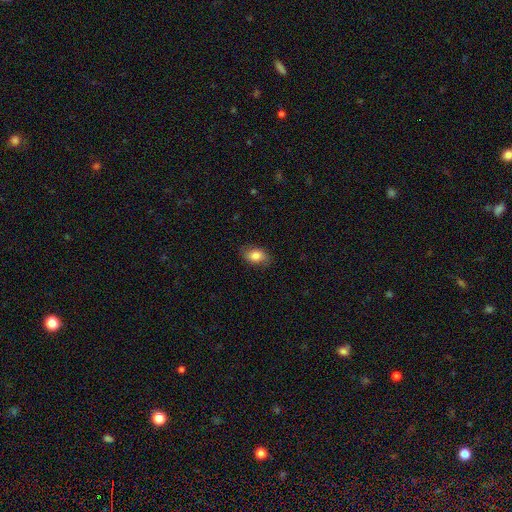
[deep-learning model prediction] Q: Smooth or featured?
A: smooth (81%); runner-up: featured or disk (12%)
Q: How rounded?
A: in between (86%); runner-up: round (12%)
Q: Merging?
A: none (82%); runner-up: minor disturbance (14%)